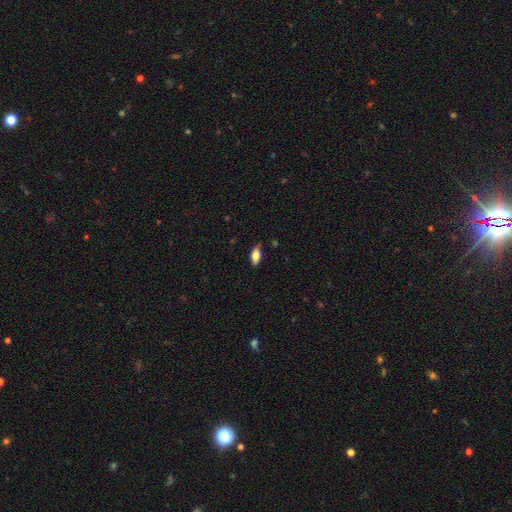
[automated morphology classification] Smooth or featured? smooth (72%)
How rounded? in between (84%)
Merging? none (80%)